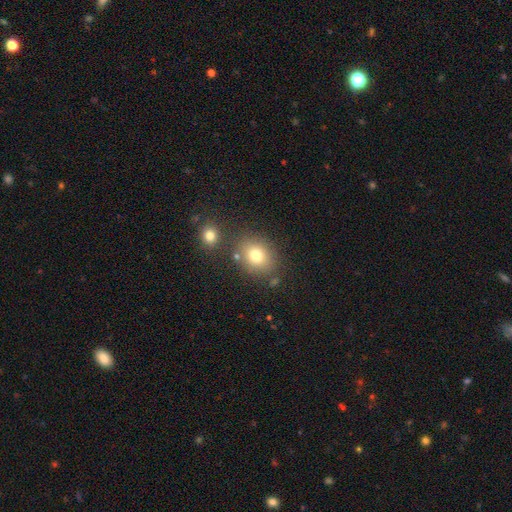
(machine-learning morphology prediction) smooth 77%, star or artifact 13%, featured or disk 11%. Down the decision tree: how rounded — round (58%); merging — none (74%).